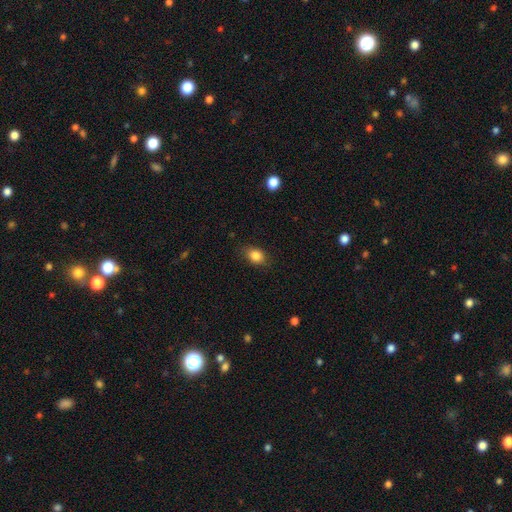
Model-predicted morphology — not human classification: Smooth or featured? Predicted: smooth (p=0.85). How rounded? Predicted: in between (p=0.71). Merging? Predicted: none (p=0.81).